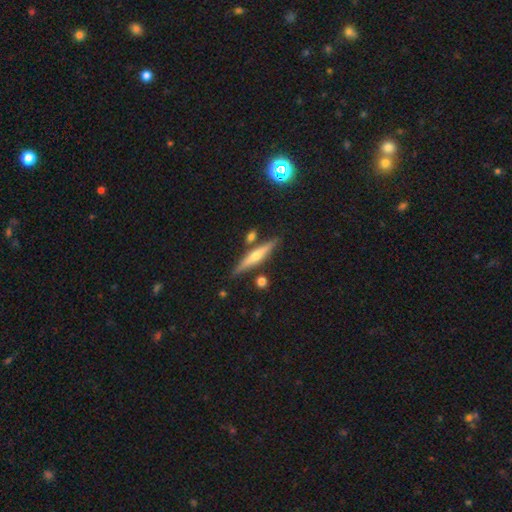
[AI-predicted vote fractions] Smooth or featured?
  - featured or disk: 58% *
  - smooth: 35%
  - star or artifact: 7%
Edge-on disk?
  - yes: 95% *
  - no: 5%
Edge-on bulge?
  - rounded: 83% *
  - none: 12%
  - boxy: 5%
Merging?
  - none: 80% *
  - minor disturbance: 10%
  - merger: 7%
  - major disturbance: 2%